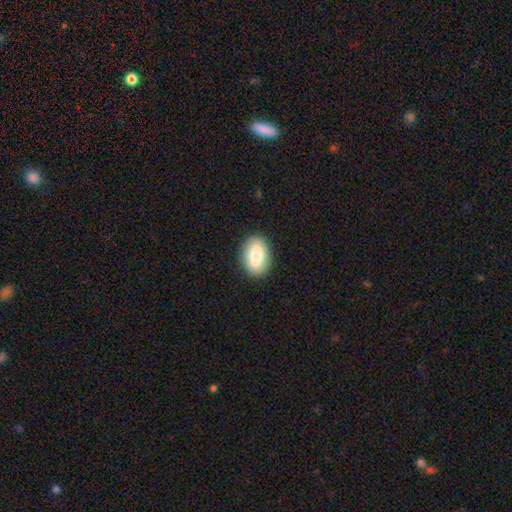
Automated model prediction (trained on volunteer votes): smooth_or_featured: smooth (p=0.81) [alt: featured or disk p=0.12]
how_rounded: in between (p=0.85) [alt: round p=0.13]
merging: none (p=0.88) [alt: minor disturbance p=0.08]